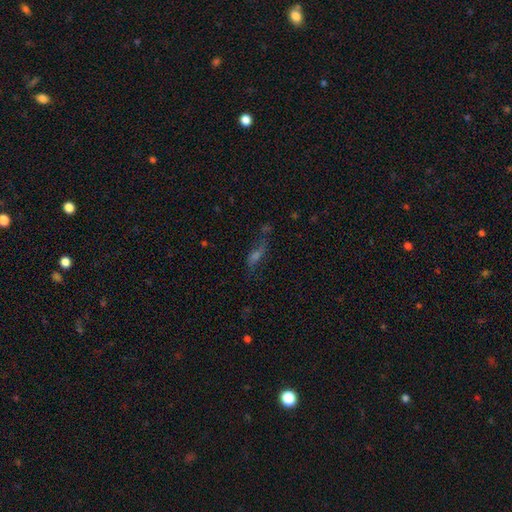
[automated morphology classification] Smooth or featured? featured or disk (39%)
Merging? none (57%)